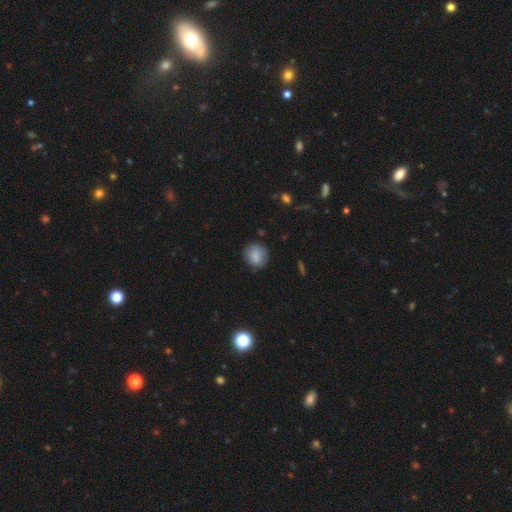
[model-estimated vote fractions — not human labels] smooth_or_featured: smooth (p=0.85) [alt: star or artifact p=0.08]
how_rounded: round (p=0.83) [alt: in between p=0.15]
merging: none (p=0.78) [alt: minor disturbance p=0.17]